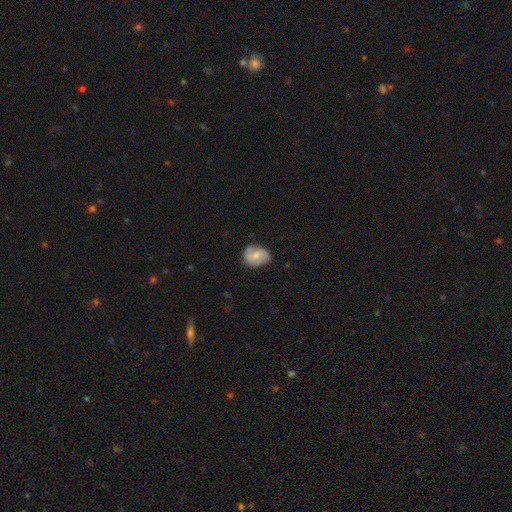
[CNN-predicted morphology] Overall: featured or disk (49%; smooth 44%). Merging: none (65%; minor disturbance 27%).